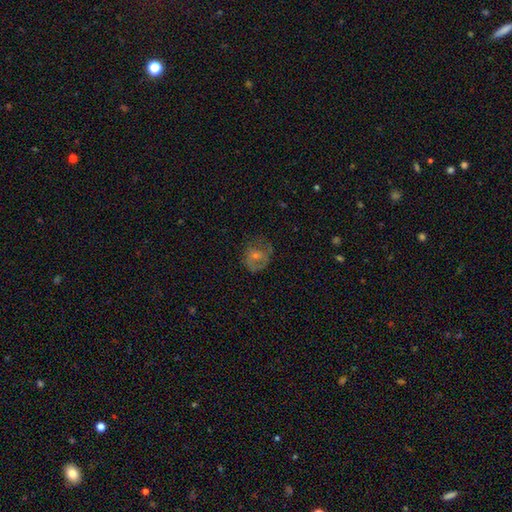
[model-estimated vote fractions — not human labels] Q: Smooth or featured?
A: featured or disk (47%); runner-up: smooth (38%)
Q: Merging?
A: none (60%); runner-up: minor disturbance (22%)